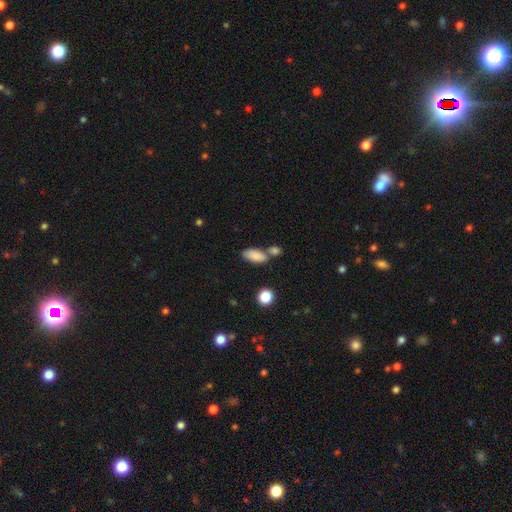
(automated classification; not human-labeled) This appears to be a smooth galaxy with no disk features (84%) that is in between round and cigar-shaped (87%). Merging: none (49%).